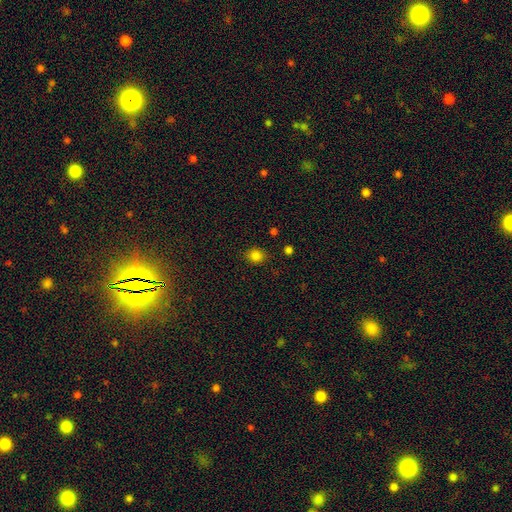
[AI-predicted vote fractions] Smooth or featured? smooth (82%)
How rounded? round (74%)
Merging? none (85%)